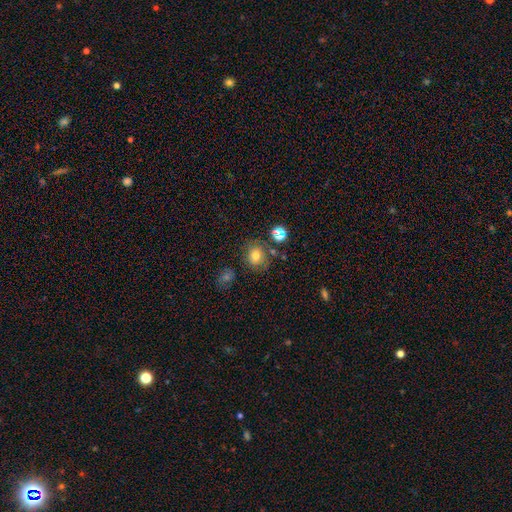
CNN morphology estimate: Q: Smooth or featured?
A: smooth (72%); runner-up: star or artifact (17%)
Q: How rounded?
A: round (75%); runner-up: in between (24%)
Q: Merging?
A: none (74%); runner-up: minor disturbance (14%)